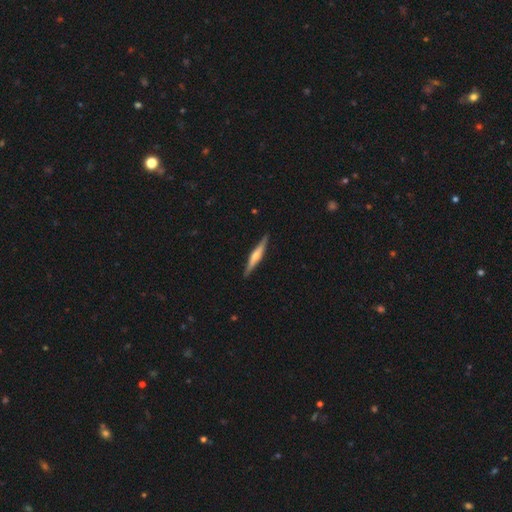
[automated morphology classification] Smooth or featured? Predicted: featured or disk (p=0.62). Edge-on disk? Predicted: yes (p=0.97). Edge-on bulge? Predicted: rounded (p=0.72). Merging? Predicted: none (p=0.90).